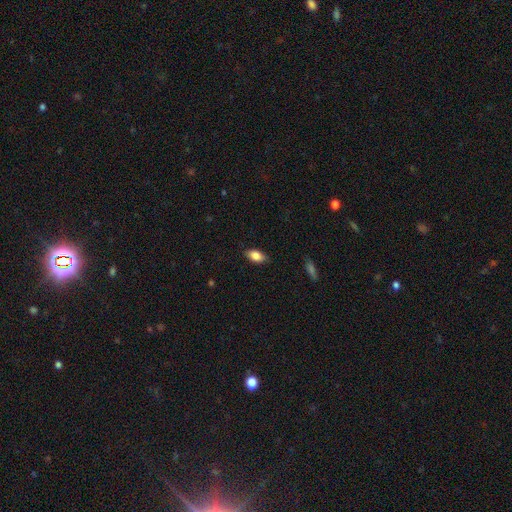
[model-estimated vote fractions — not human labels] This appears to be a smooth galaxy with no disk features (82%) that is in between round and cigar-shaped (89%). Merging: none (84%).